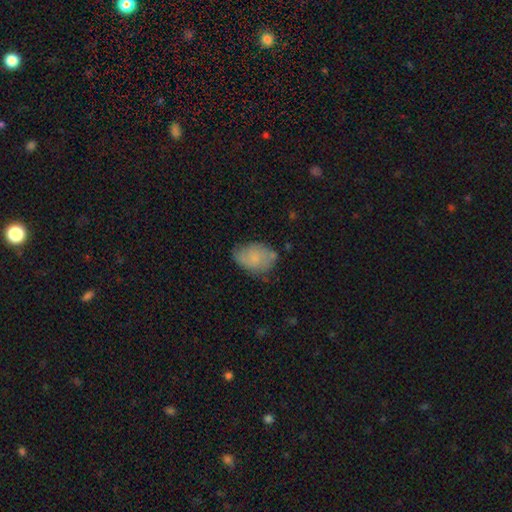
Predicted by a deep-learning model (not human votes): Smooth or featured? smooth (65%)
How rounded? in between (75%)
Merging? none (67%)